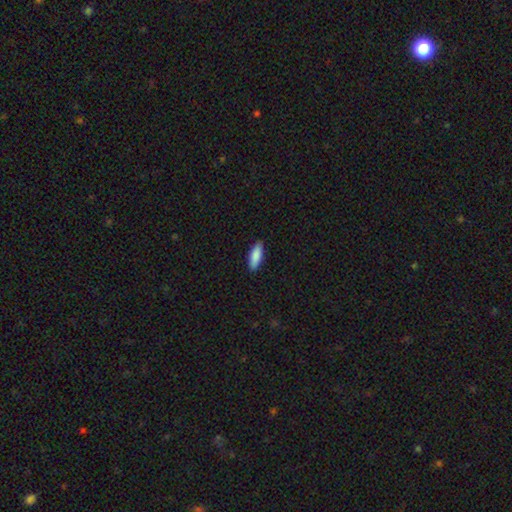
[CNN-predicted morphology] Smooth or featured?
  - smooth: 88% *
  - featured or disk: 6%
  - star or artifact: 5%
How rounded?
  - in between: 61% *
  - cigar-shaped: 37%
  - round: 2%
Merging?
  - none: 89% *
  - minor disturbance: 8%
  - major disturbance: 2%
  - merger: 1%